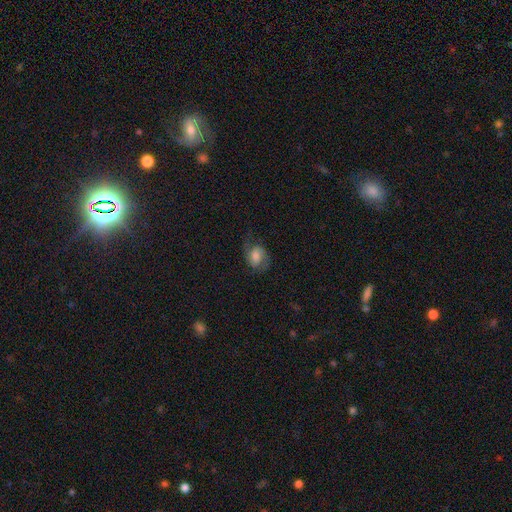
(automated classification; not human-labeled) Smooth or featured: featured or disk — 51% (smooth — 40%)
Edge-on disk: no — 97% (yes — 3%)
Merging: none — 61% (minor disturbance — 22%)